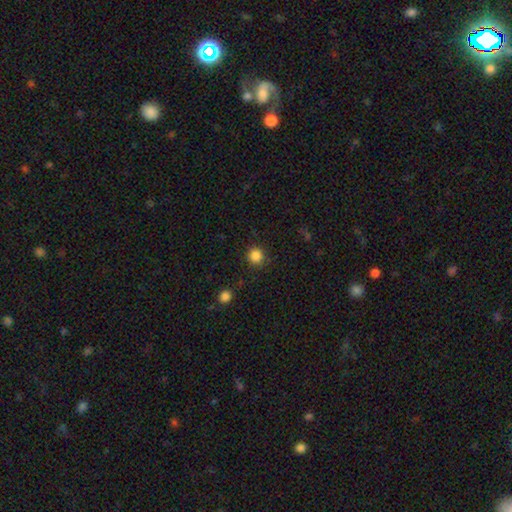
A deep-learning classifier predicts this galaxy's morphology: Q: Smooth or featured?
A: smooth (86%); runner-up: star or artifact (11%)
Q: How rounded?
A: round (93%); runner-up: in between (6%)
Q: Merging?
A: none (88%); runner-up: minor disturbance (8%)